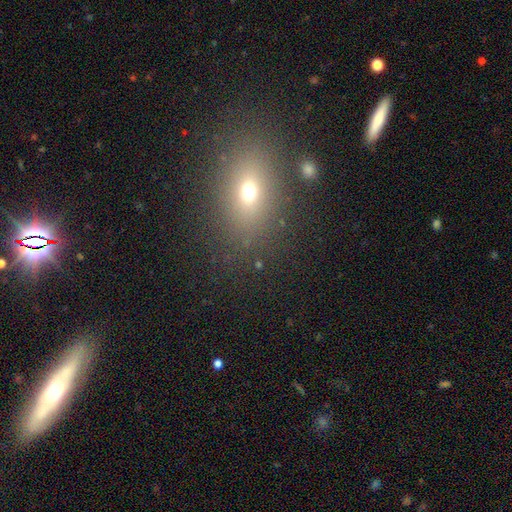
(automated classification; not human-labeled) Smooth or featured?
  - smooth: 56% *
  - star or artifact: 26%
  - featured or disk: 18%
How rounded?
  - in between: 69% *
  - round: 24%
  - cigar-shaped: 7%
Merging?
  - none: 84% *
  - minor disturbance: 9%
  - merger: 4%
  - major disturbance: 3%